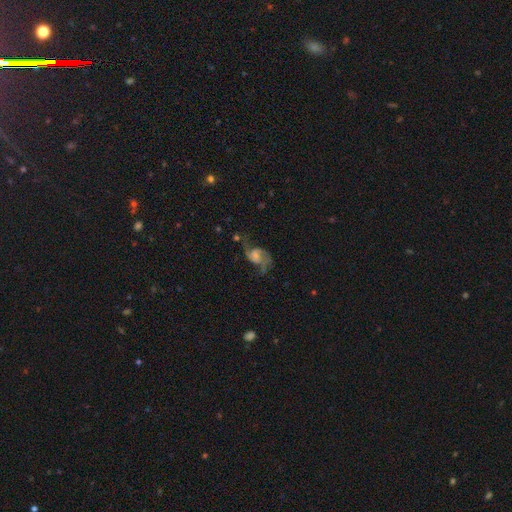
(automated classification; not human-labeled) Smooth or featured: featured or disk — 76% (smooth — 15%)
Edge-on disk: no — 97% (yes — 3%)
Bar: no — 51% (weak — 40%)
Spiral arms: yes — 91% (no — 9%)
Spiral winding: loose — 65% (medium — 29%)
Spiral arm count: 2 — 85% (1 — 5%)
Bulge size: small — 35% (none — 28%)
Merging: none — 47% (major disturbance — 30%)